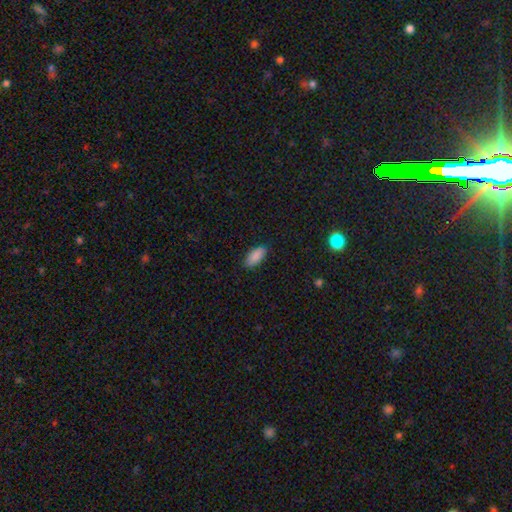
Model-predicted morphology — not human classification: Smooth or featured? Predicted: smooth (p=0.88). How rounded? Predicted: in between (p=0.91). Merging? Predicted: none (p=0.82).